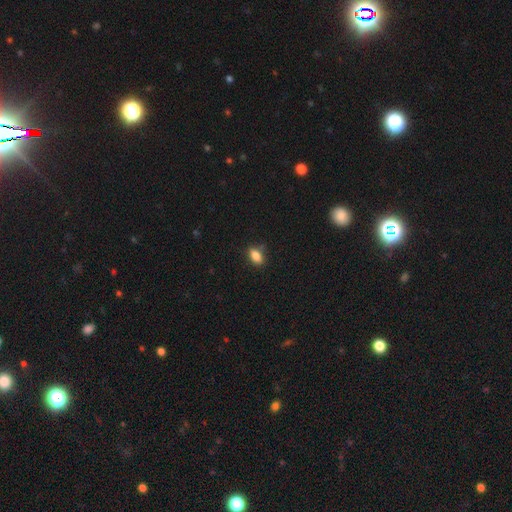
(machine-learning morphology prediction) type=smooth (84%); roundness=in between (87%); merging=none (79%).